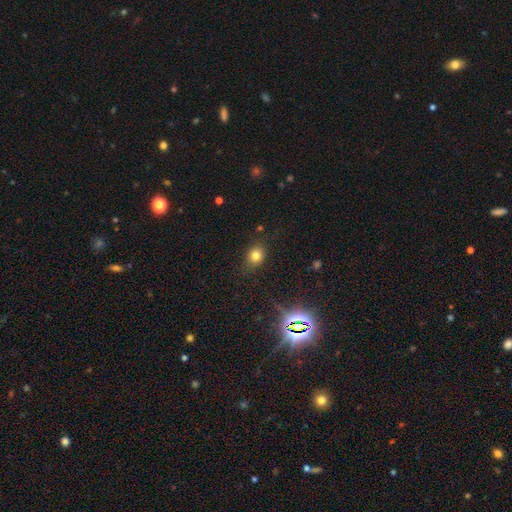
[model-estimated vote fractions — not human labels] smooth-or-featured: smooth: 76% | star or artifact: 16% | featured or disk: 8%
  how-rounded: round: 59% | in between: 39% | cigar-shaped: 1%
  merging: none: 81% | minor disturbance: 13% | major disturbance: 4% | merger: 2%